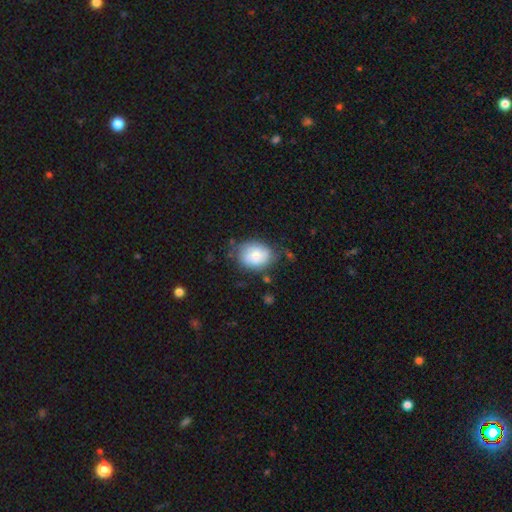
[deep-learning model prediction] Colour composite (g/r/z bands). It shows a smooth galaxy with no disk features (73%) that is in between round and cigar-shaped (58%). Merging: none (66%).